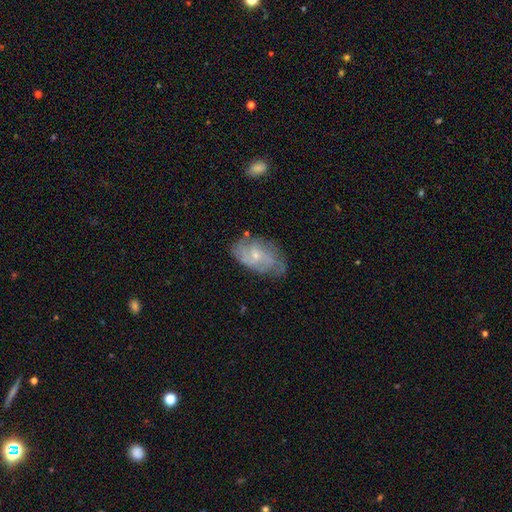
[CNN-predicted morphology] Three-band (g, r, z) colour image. It shows a featured or disk galaxy (66%) with no bar (66%), spiral arms (78%) and a small central bulge (68%). Merging: none (59%).